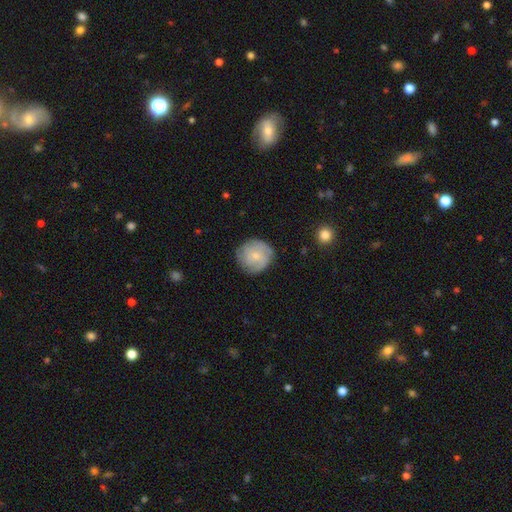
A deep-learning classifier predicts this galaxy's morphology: Smooth or featured?
  - smooth: 47% *
  - featured or disk: 46%
  - star or artifact: 7%
Merging?
  - none: 77% *
  - minor disturbance: 17%
  - major disturbance: 4%
  - merger: 1%